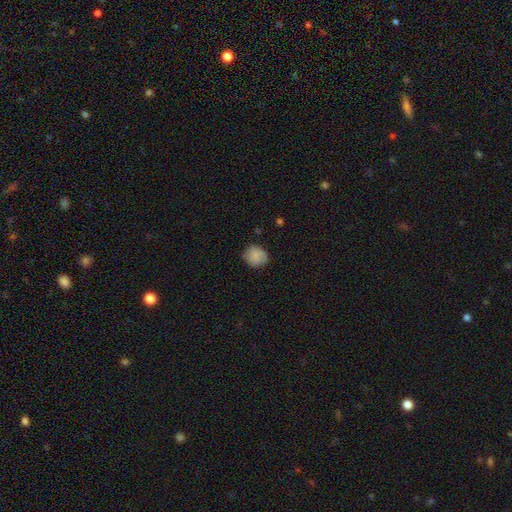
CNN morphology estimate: Smooth or featured? smooth (83%)
How rounded? round (77%)
Merging? none (74%)